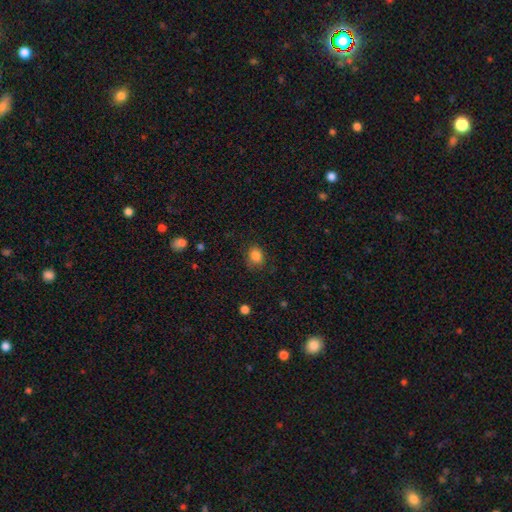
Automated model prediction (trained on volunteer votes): A smooth galaxy with no disk features (85%) that is round (59%).

Vote fractions:
- Smooth or featured? smooth: 85% / star or artifact: 11% / featured or disk: 5%
- How rounded? round: 59% / in between: 40% / cigar-shaped: 1%
- Merging? none: 79% / minor disturbance: 15% / major disturbance: 4% / merger: 1%